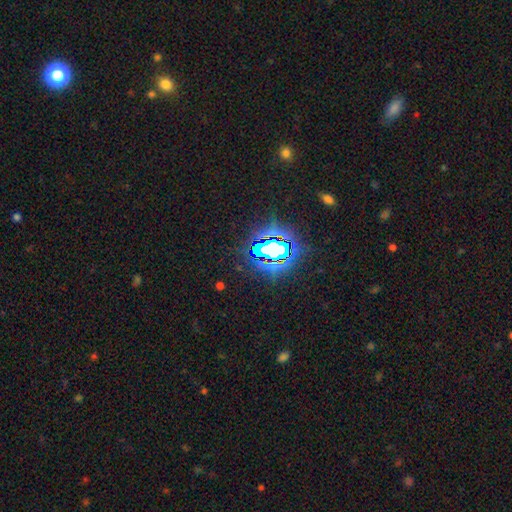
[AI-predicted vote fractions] A star or artifact, not a galaxy (80%).